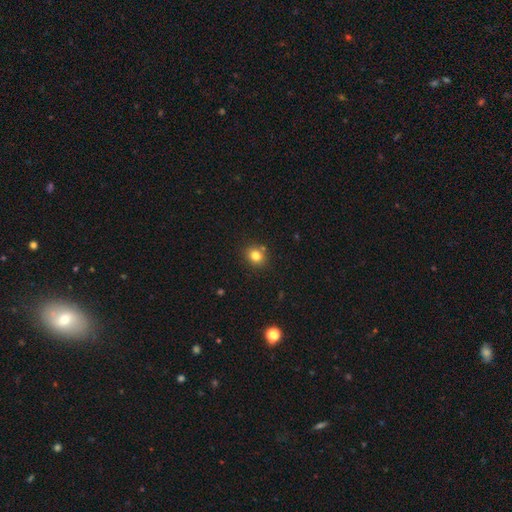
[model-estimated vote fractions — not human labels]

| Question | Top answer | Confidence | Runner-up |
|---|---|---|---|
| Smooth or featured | smooth | 80% | star or artifact (13%) |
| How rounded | round | 74% | in between (25%) |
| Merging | none | 81% | minor disturbance (10%) |